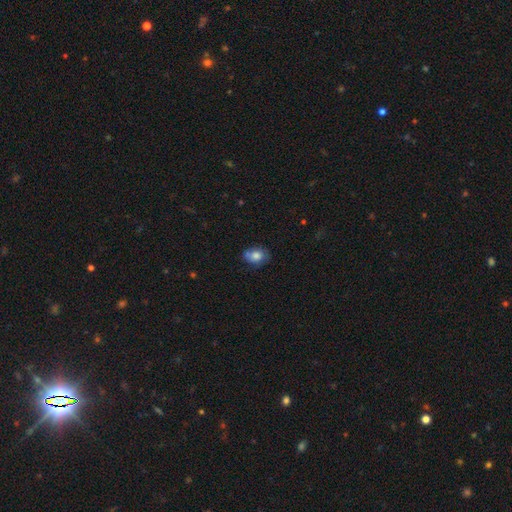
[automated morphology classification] This is likely a smooth galaxy (76%). How rounded: likely in between (68%). Merging: likely none (64%).